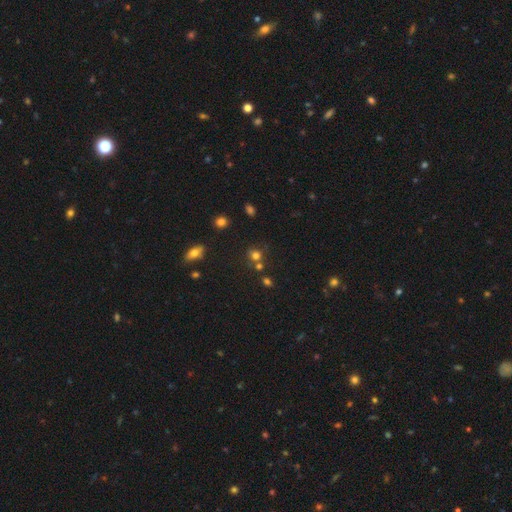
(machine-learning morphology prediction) Q: Smooth or featured?
A: smooth (70%); runner-up: star or artifact (21%)
Q: How rounded?
A: round (82%); runner-up: in between (17%)
Q: Merging?
A: none (60%); runner-up: merger (26%)